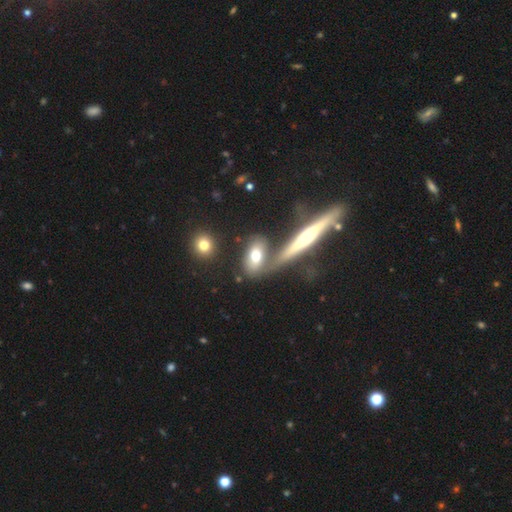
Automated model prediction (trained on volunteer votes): Smooth or featured? smooth (66%)
How rounded? in between (75%)
Merging? none (55%)